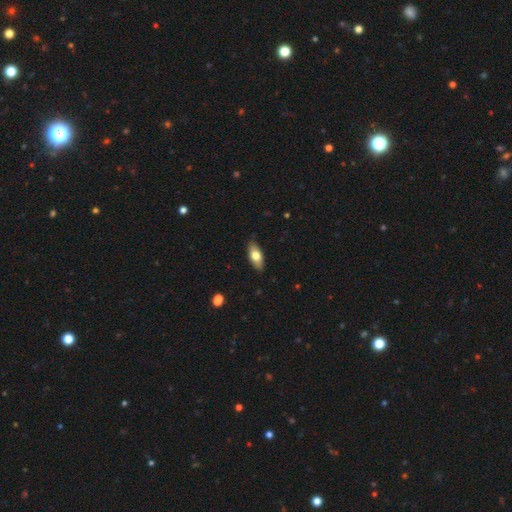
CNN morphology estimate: A smooth galaxy with no disk features (72%) that is in between round and cigar-shaped (84%). Merging: none (87%).